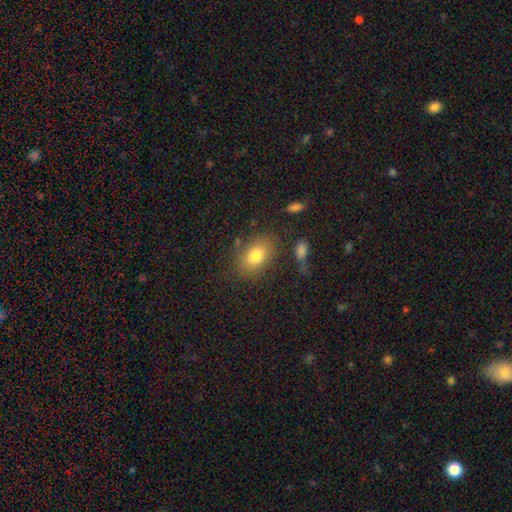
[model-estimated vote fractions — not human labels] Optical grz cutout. It shows a smooth galaxy with no disk features (78%) that is in between round and cigar-shaped (77%). Merging: none (74%).